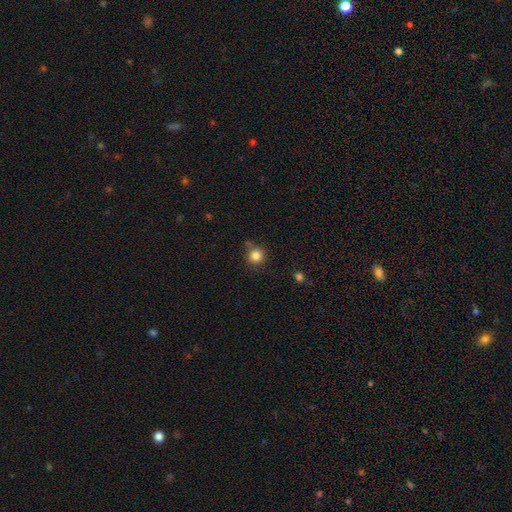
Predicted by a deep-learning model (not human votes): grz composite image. It shows a smooth galaxy with no disk features (84%) that is round (92%). Merging: none (75%).